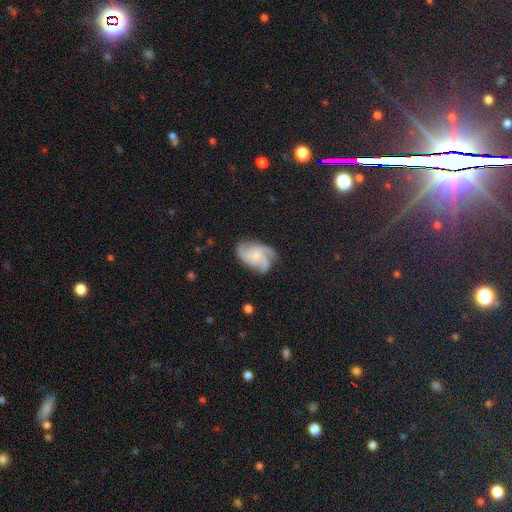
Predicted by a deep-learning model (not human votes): The model was most divided on "spiral winding": medium: 51%, tight: 30%, loose: 19%. More confident: edge-on disk — no (98%); spiral arms — yes (97%); smooth or featured — featured or disk (79%); bar — no (73%); merging — none (66%); spiral arm count — 3 (61%); bulge size — small (56%).